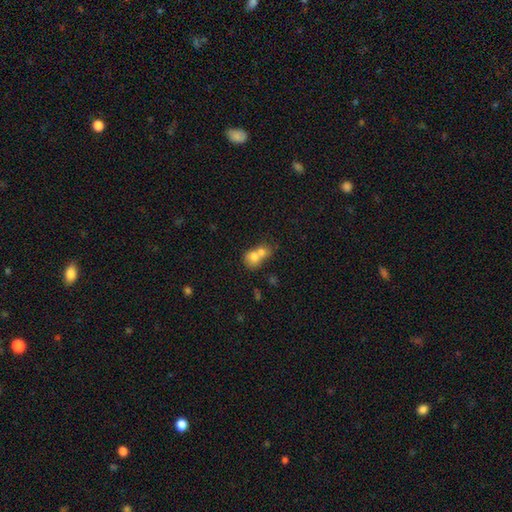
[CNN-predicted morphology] A smooth galaxy with no disk features (74%) that is round (67%). Merging: merger (73%).